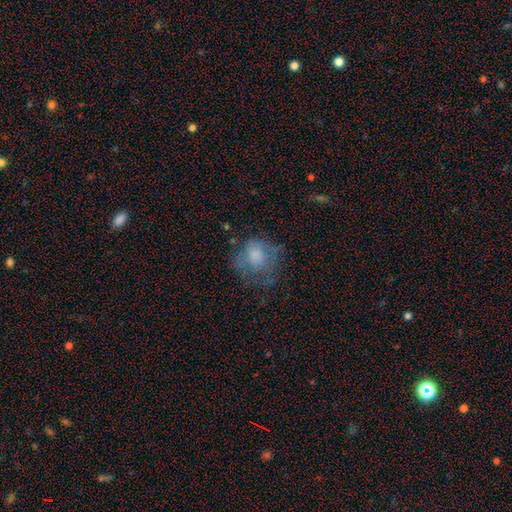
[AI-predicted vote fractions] Smooth or featured?
  - smooth: 63% *
  - featured or disk: 25%
  - star or artifact: 11%
How rounded?
  - round: 72% *
  - in between: 27%
  - cigar-shaped: 1%
Merging?
  - none: 44% *
  - major disturbance: 30%
  - minor disturbance: 24%
  - merger: 2%